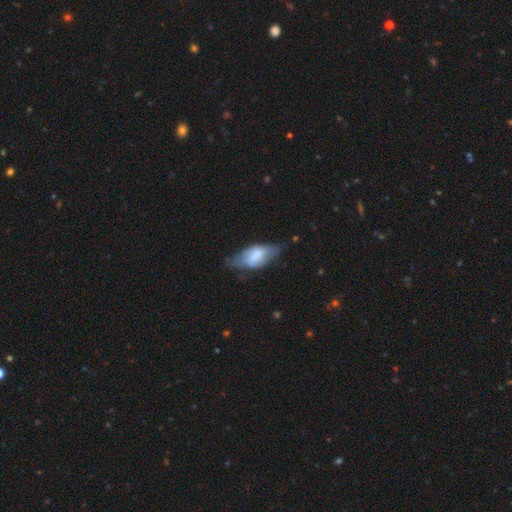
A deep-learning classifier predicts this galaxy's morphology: A smooth galaxy with no disk features (59%) that is in between round and cigar-shaped (84%). Merging: none (49%).